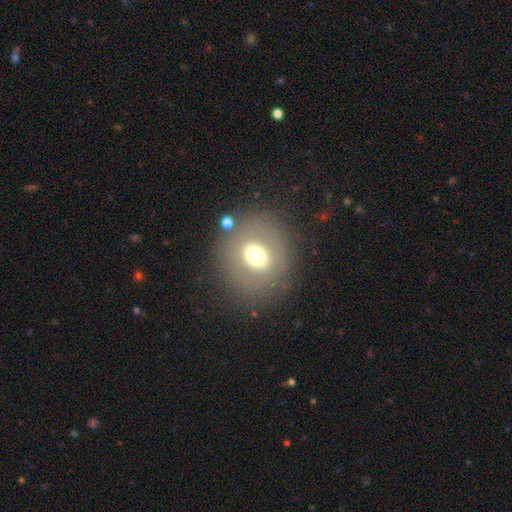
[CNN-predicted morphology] A smooth galaxy with no disk features (56%) that is round (76%).

Vote fractions:
- Smooth or featured? smooth: 56% / featured or disk: 31% / star or artifact: 13%
- How rounded? round: 76% / in between: 23% / cigar-shaped: 1%
- Merging? none: 81% / minor disturbance: 9% / major disturbance: 7% / merger: 3%